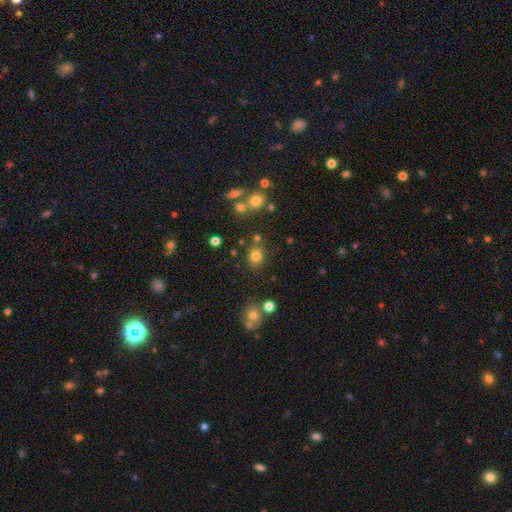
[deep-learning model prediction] Smooth or featured: smooth — 78% (star or artifact — 15%)
How rounded: round — 63% (in between — 36%)
Merging: none — 77% (minor disturbance — 12%)